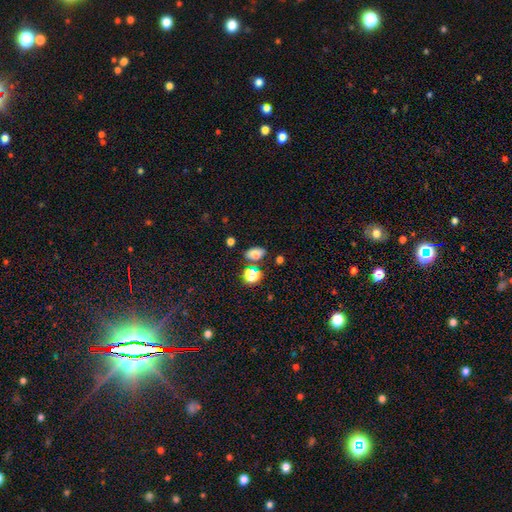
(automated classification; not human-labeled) Q: Smooth or featured?
A: smooth (74%); runner-up: star or artifact (18%)
Q: How rounded?
A: in between (83%); runner-up: round (15%)
Q: Merging?
A: none (74%); runner-up: minor disturbance (14%)